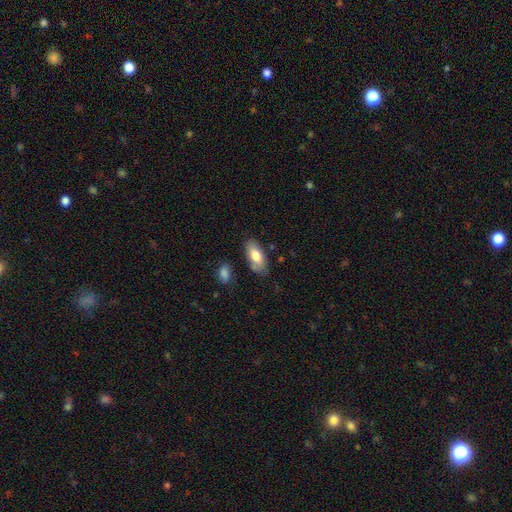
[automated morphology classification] Smooth or featured? smooth (75%)
How rounded? in between (88%)
Merging? none (76%)